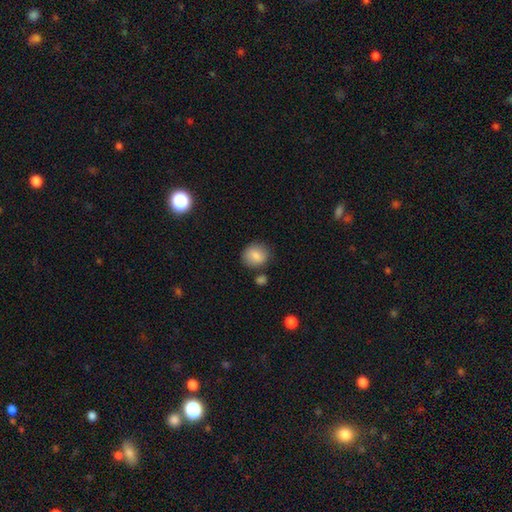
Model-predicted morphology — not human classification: Smooth or featured?
  - smooth: 83% *
  - star or artifact: 9%
  - featured or disk: 9%
How rounded?
  - round: 73% *
  - in between: 26%
  - cigar-shaped: 1%
Merging?
  - none: 77% *
  - minor disturbance: 13%
  - merger: 7%
  - major disturbance: 3%